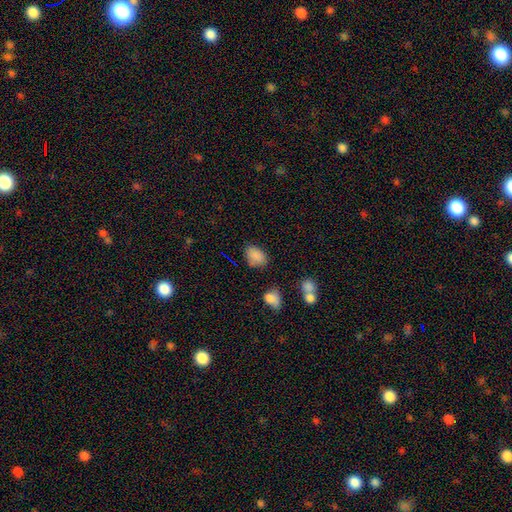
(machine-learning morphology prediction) A smooth galaxy with no disk features (84%) that is in between round and cigar-shaped (83%).

Vote fractions:
- Smooth or featured? smooth: 84% / star or artifact: 11% / featured or disk: 5%
- How rounded? in between: 83% / round: 15% / cigar-shaped: 1%
- Merging? none: 70% / minor disturbance: 20% / major disturbance: 5% / merger: 5%